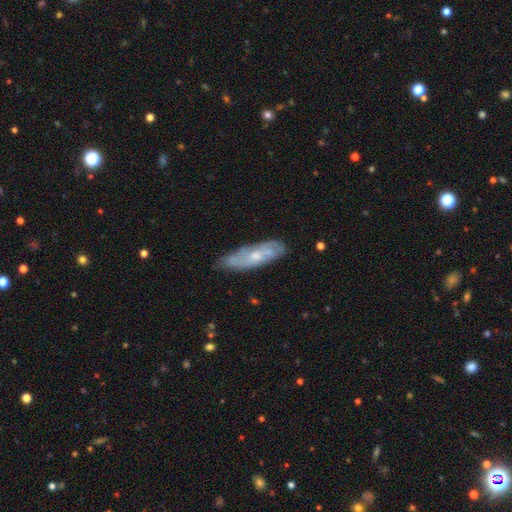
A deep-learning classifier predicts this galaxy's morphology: Smooth or featured? Predicted: featured or disk (p=0.58). Edge-on disk? Predicted: no (p=0.72). Merging? Predicted: none (p=0.68).